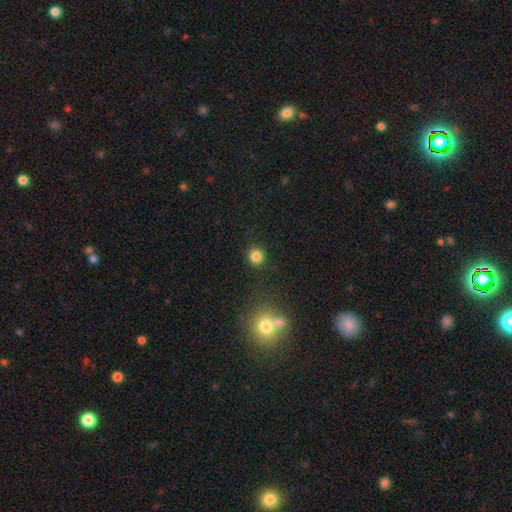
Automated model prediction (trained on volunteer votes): smooth-or-featured: smooth: 83% | star or artifact: 13% | featured or disk: 4%
  how-rounded: round: 92% | in between: 7% | cigar-shaped: 1%
  merging: none: 89% | minor disturbance: 6% | major disturbance: 2% | merger: 2%